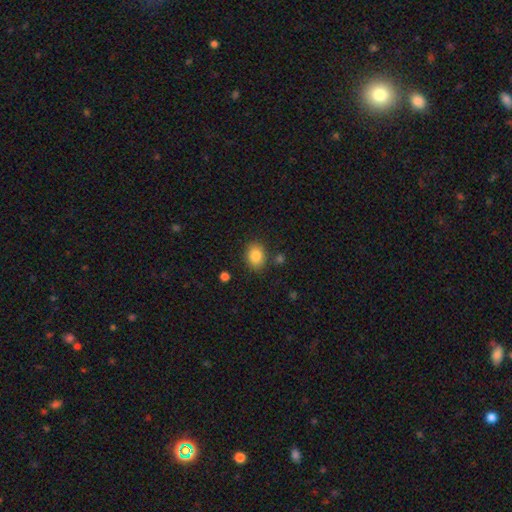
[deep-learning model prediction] The model was most divided on "how rounded": in between: 56%, round: 43%, cigar-shaped: 1%. More confident: smooth or featured — smooth (86%); merging — none (83%).